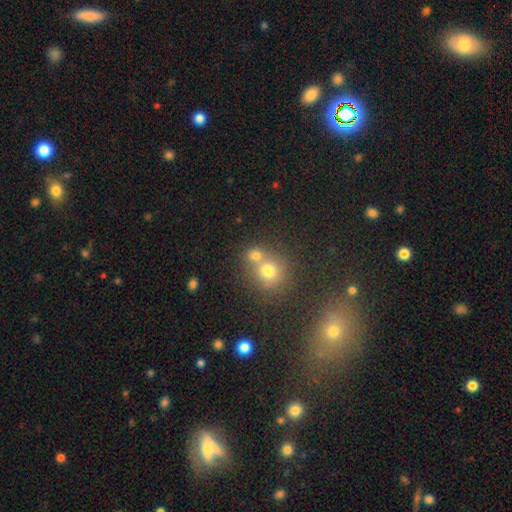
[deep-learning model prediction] smooth 72%, star or artifact 16%, featured or disk 12%. Down the decision tree: how rounded — round (79%); merging — merger (48%).